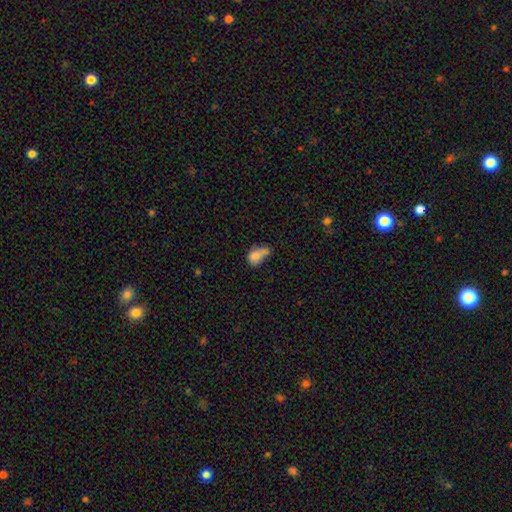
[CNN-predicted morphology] Smooth or featured: smooth — 75% (featured or disk — 15%)
How rounded: in between — 71% (round — 27%)
Merging: merger — 31% (minor disturbance — 26%)